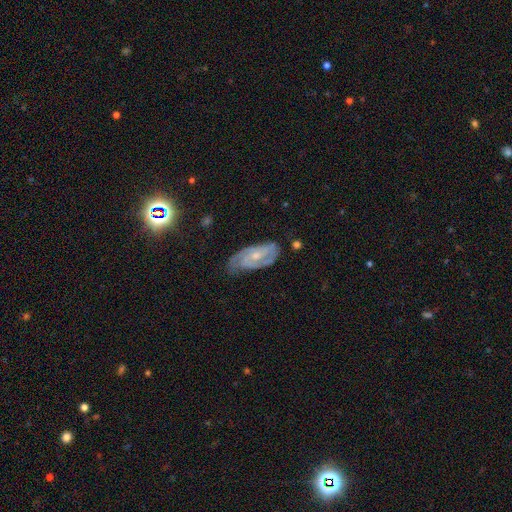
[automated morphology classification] Smooth or featured? Predicted: featured or disk (p=0.83). Edge-on disk? Predicted: no (p=0.95). Bar? Predicted: no (p=0.54). Spiral arms? Predicted: yes (p=0.96). Spiral winding? Predicted: tight (p=0.57). Spiral arm count? Predicted: 2 (p=0.66). Bulge size? Predicted: small (p=0.59). Merging? Predicted: none (p=0.67).